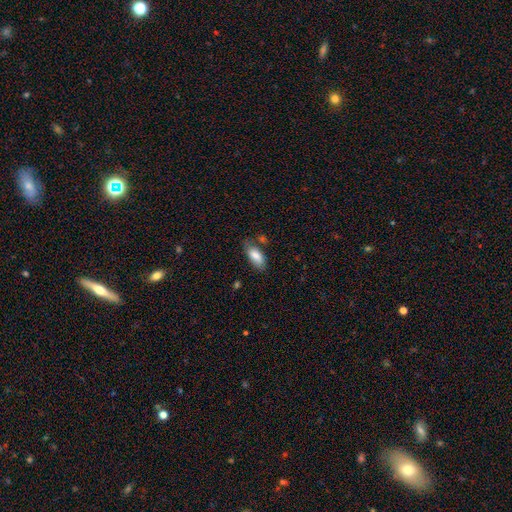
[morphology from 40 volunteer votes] Smooth or featured? smooth (80%)
How rounded? in between (91%)
Merging? none (77%)